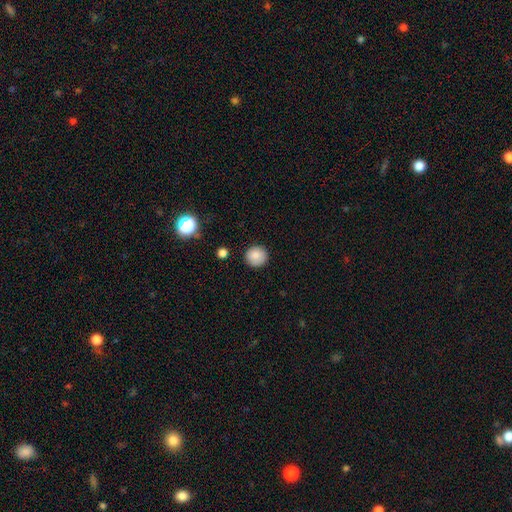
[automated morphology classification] Smooth or featured? Predicted: smooth (p=0.86). How rounded? Predicted: round (p=0.93). Merging? Predicted: none (p=0.90).